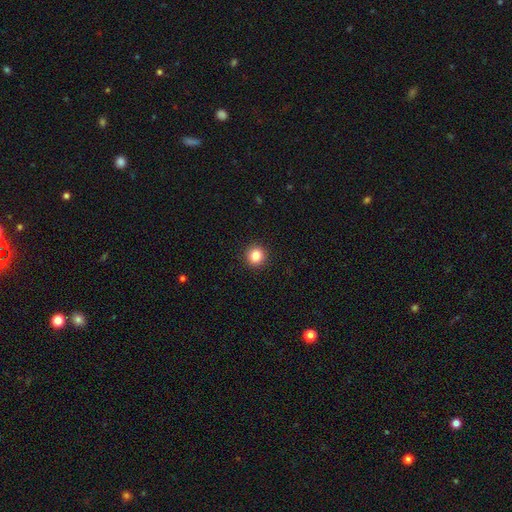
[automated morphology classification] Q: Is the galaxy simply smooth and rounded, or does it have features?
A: smooth — 84%.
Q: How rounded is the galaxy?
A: round — 93%.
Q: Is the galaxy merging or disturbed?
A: none — 93%.